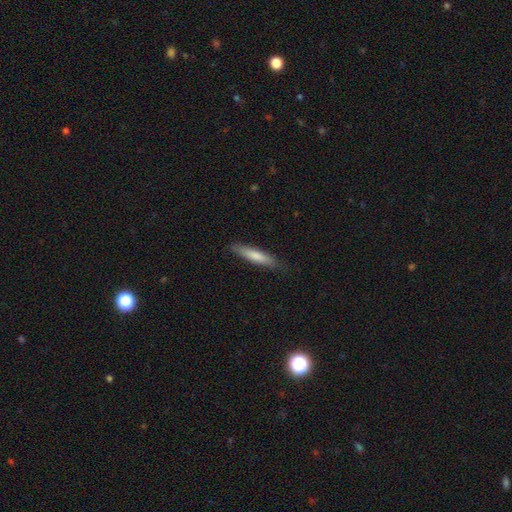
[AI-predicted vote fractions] The model was most divided on "smooth or featured": smooth: 74%, featured or disk: 21%, star or artifact: 5%. More confident: how rounded — cigar-shaped (88%); merging — none (85%).